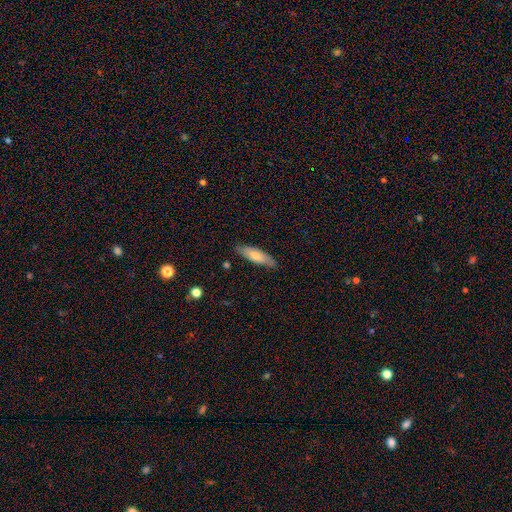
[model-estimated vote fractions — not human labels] A smooth galaxy with no disk features (68%) that is cigar-shaped (53%). Merging: none (83%).